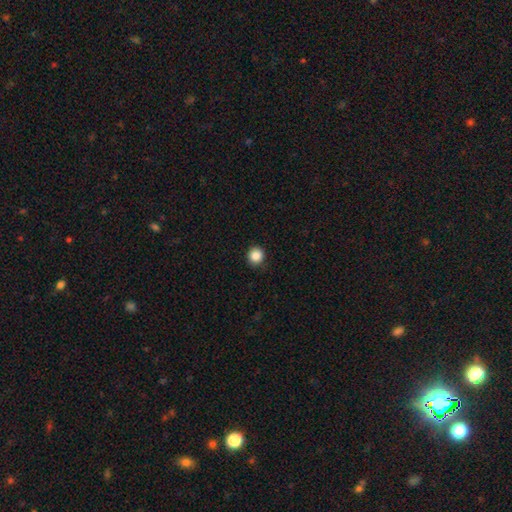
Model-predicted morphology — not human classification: The model was most divided on "smooth or featured": smooth: 87%, star or artifact: 10%, featured or disk: 3%. More confident: how rounded — round (92%); merging — none (90%).